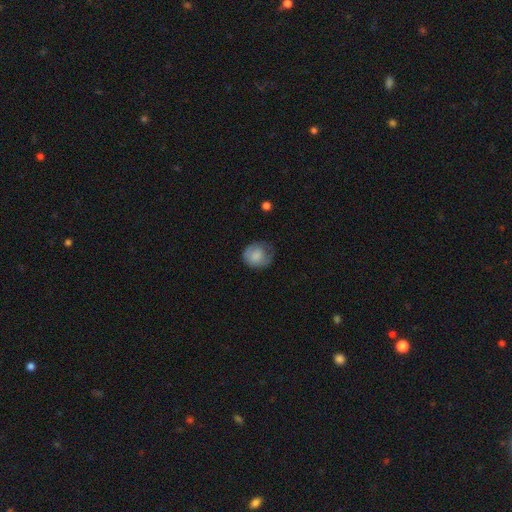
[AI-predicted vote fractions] Overall: smooth (74%). How rounded: round (72%). Merging: none (53%; minor disturbance 30%).